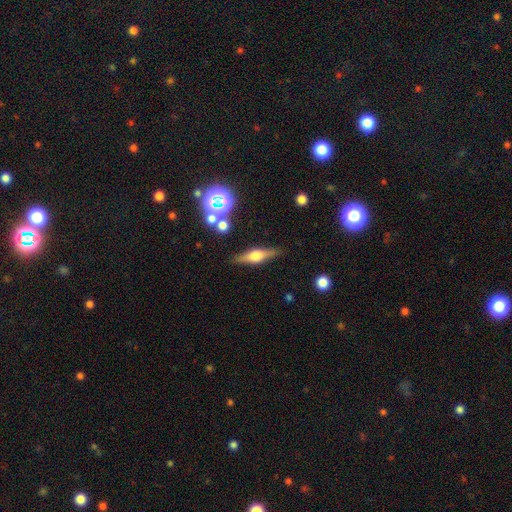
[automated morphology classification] type=featured or disk (65%); edge-on=yes (95%); edge-on bulge=rounded (90%); merging=none (85%).